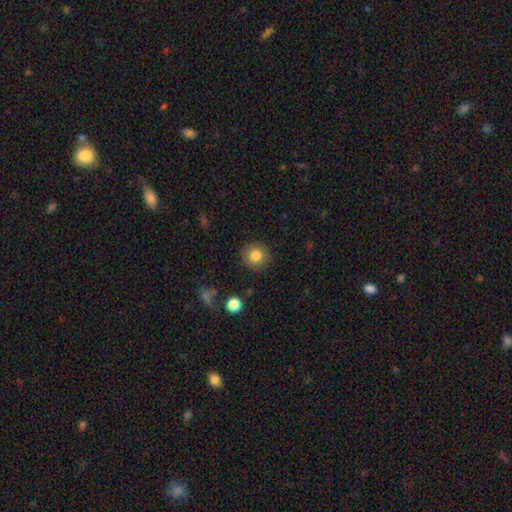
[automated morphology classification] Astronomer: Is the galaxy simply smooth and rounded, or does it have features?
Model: smooth — 82%.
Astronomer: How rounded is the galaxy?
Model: round — 91%.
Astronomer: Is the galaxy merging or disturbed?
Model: none — 87%.